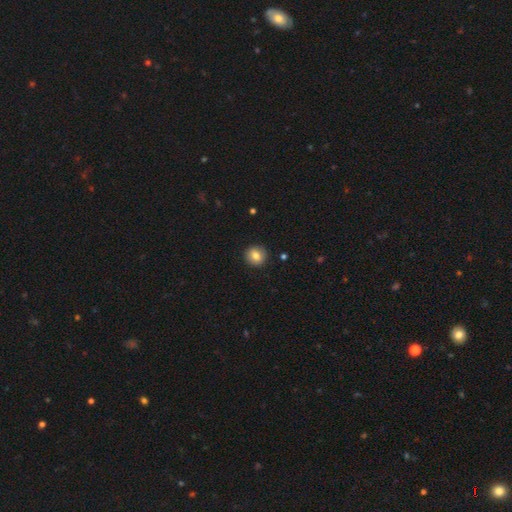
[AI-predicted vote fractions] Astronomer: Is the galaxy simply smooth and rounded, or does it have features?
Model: smooth — 81%.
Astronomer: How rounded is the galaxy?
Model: round — 90%.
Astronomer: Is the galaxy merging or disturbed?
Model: none — 91%.